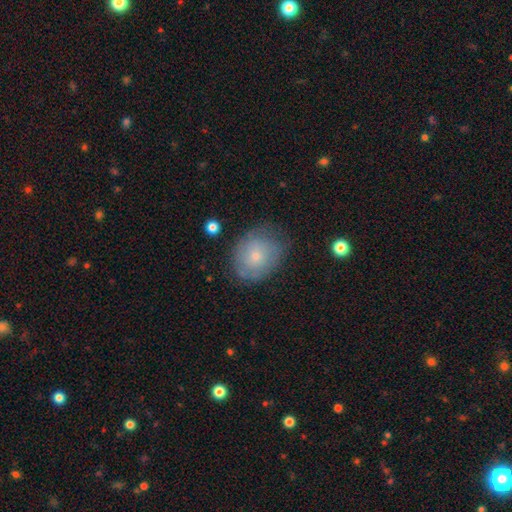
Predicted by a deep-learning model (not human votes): Smooth or featured? smooth (65%)
How rounded? round (50%)
Merging? none (65%)